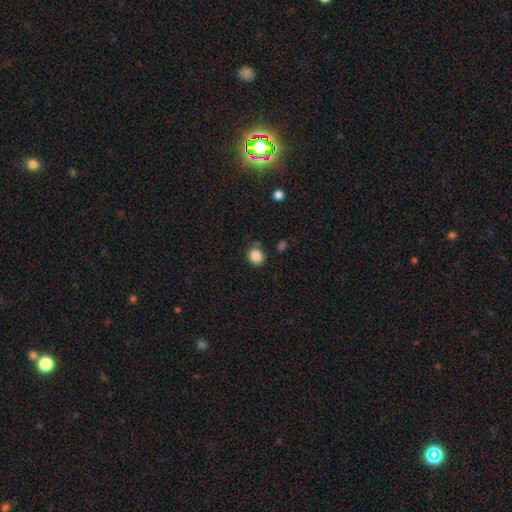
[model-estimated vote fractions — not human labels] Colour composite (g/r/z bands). It shows a smooth galaxy with no disk features (86%) that is round (76%). Merging: none (77%).